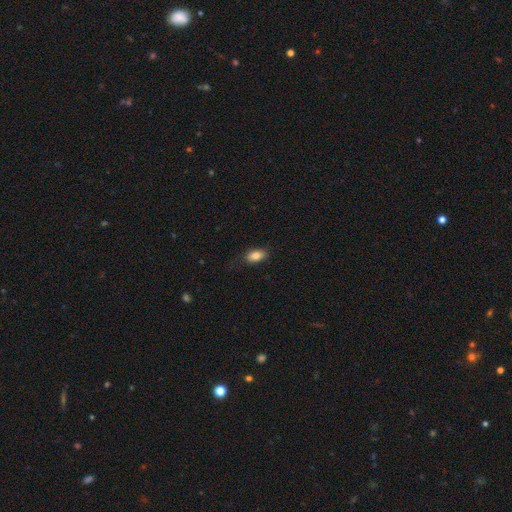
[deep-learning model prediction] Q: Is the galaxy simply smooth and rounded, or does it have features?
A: smooth — 83%.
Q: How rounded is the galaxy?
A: in between — 89%.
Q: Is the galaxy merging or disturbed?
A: none — 78%.